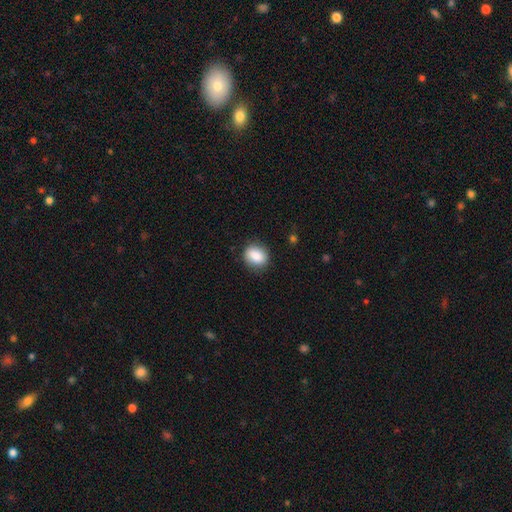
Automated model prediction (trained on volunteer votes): The model was most divided on "how rounded": round: 51%, in between: 48%, cigar-shaped: 1%. More confident: smooth or featured — smooth (86%); merging — none (83%).